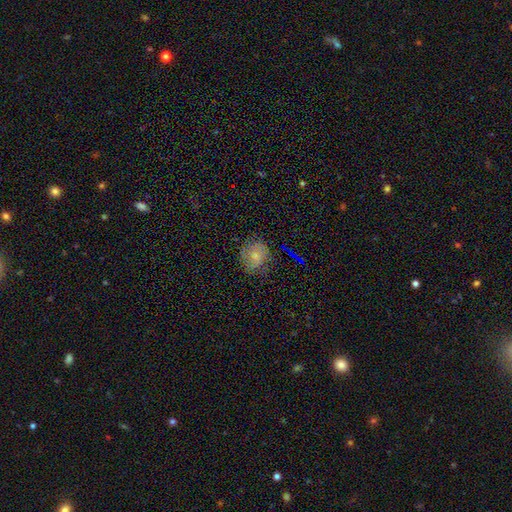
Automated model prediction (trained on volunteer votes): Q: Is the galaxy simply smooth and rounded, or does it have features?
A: smooth — 58%.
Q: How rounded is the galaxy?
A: round — 70%.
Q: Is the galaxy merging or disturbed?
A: none — 69%.